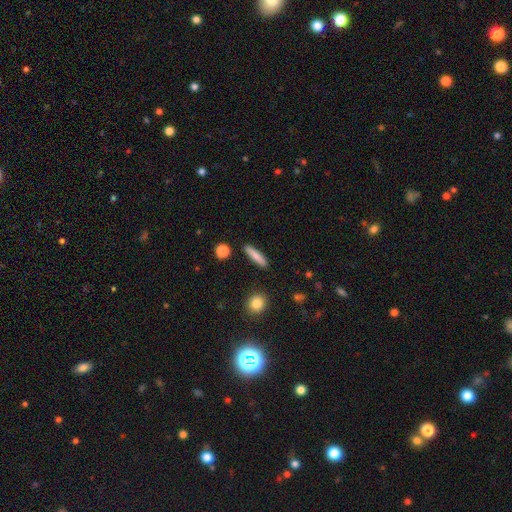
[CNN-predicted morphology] A smooth galaxy with no disk features (79%) that is cigar-shaped (85%).

Vote fractions:
- Smooth or featured? smooth: 79% / featured or disk: 14% / star or artifact: 7%
- How rounded? cigar-shaped: 85% / in between: 12% / round: 3%
- Merging? none: 90% / minor disturbance: 6% / merger: 2% / major disturbance: 2%